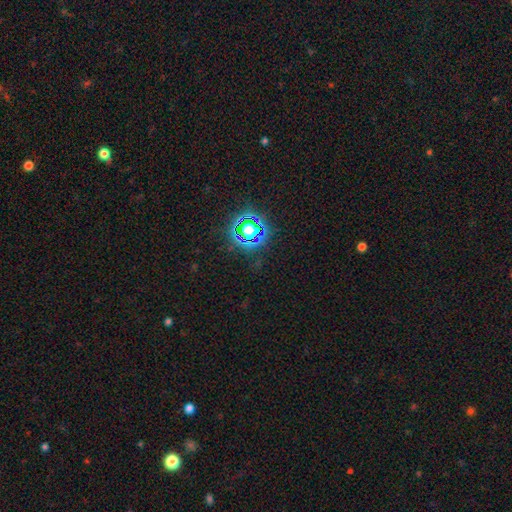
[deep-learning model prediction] This appears to be a star or artifact, not a galaxy (80%).